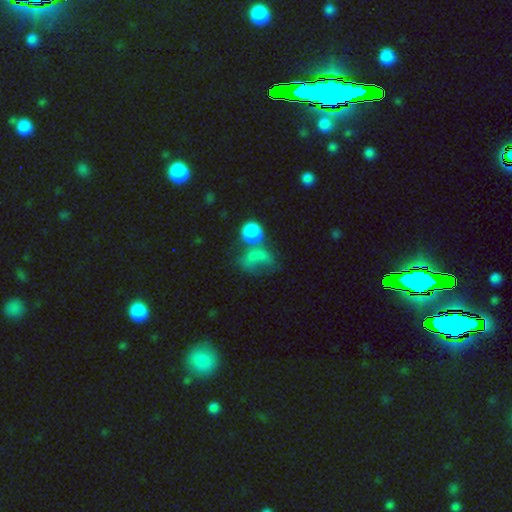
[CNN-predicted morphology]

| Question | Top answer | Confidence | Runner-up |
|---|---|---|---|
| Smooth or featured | smooth | 64% | featured or disk (23%) |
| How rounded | in between | 55% | round (41%) |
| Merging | merger | 40% | major disturbance (29%) |